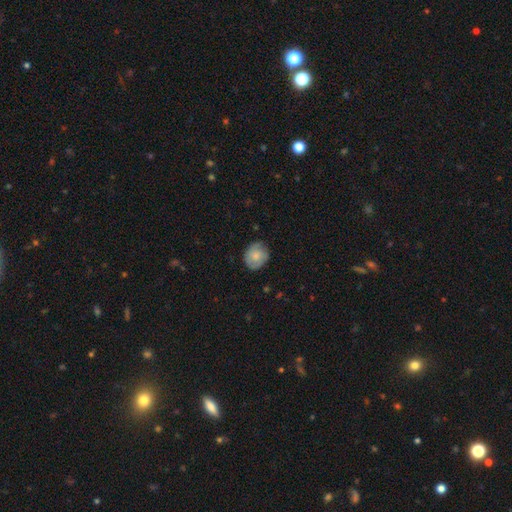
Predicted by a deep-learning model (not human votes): Q: Smooth or featured?
A: smooth (69%); runner-up: featured or disk (24%)
Q: How rounded?
A: round (68%); runner-up: in between (31%)
Q: Merging?
A: none (75%); runner-up: minor disturbance (20%)